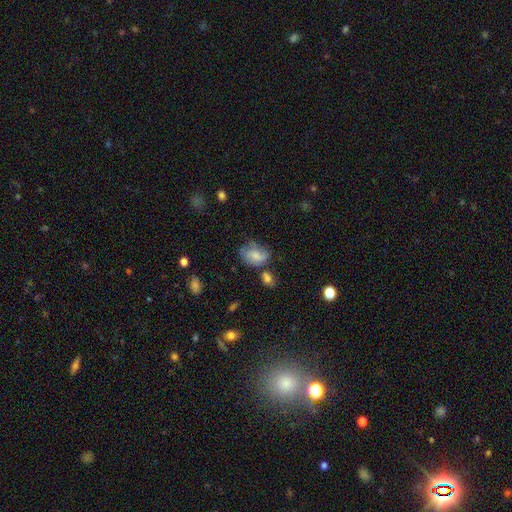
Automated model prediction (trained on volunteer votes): Smooth or featured?
  - smooth: 59% *
  - featured or disk: 32%
  - star or artifact: 9%
How rounded?
  - in between: 72% *
  - round: 26%
  - cigar-shaped: 1%
Merging?
  - none: 47% *
  - minor disturbance: 28%
  - major disturbance: 16%
  - merger: 9%